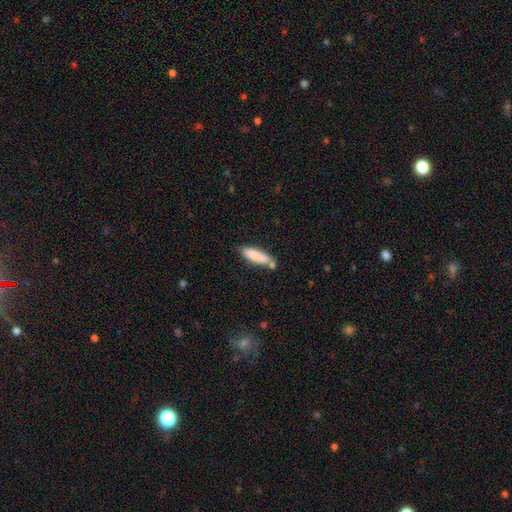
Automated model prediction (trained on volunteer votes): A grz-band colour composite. It shows a smooth galaxy with no disk features (82%) that is cigar-shaped (61%). Merging: none (58%).